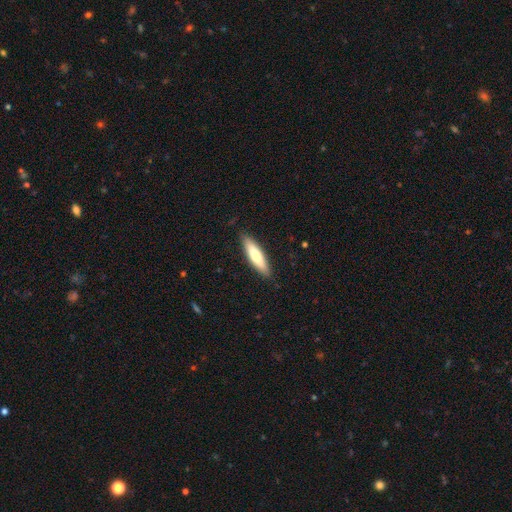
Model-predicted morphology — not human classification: type=smooth (68%); roundness=cigar-shaped (72%); merging=none (87%).